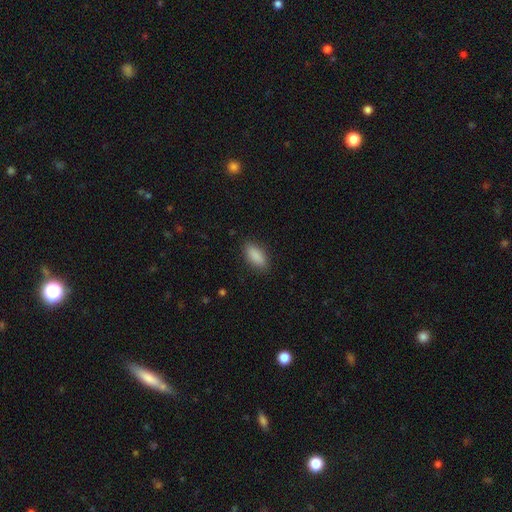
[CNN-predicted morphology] Smooth or featured? Predicted: smooth (p=0.89). How rounded? Predicted: in between (p=0.86). Merging? Predicted: none (p=0.86).